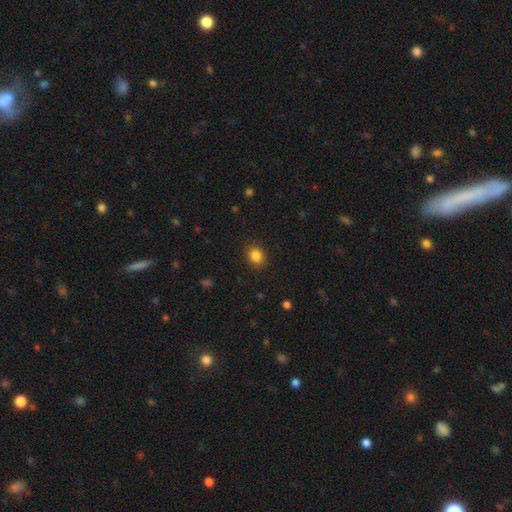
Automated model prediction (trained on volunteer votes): Overall: smooth (85%). How rounded: round (63%; in between 37%). Merging: none (88%).